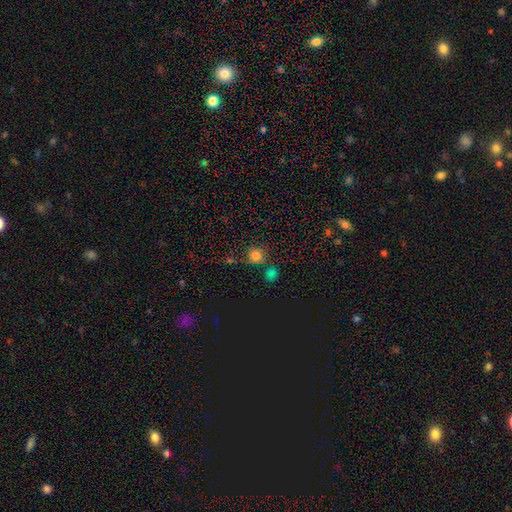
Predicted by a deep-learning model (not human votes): Morphology: type=smooth (77%); roundness=round (90%); merging=none (74%).